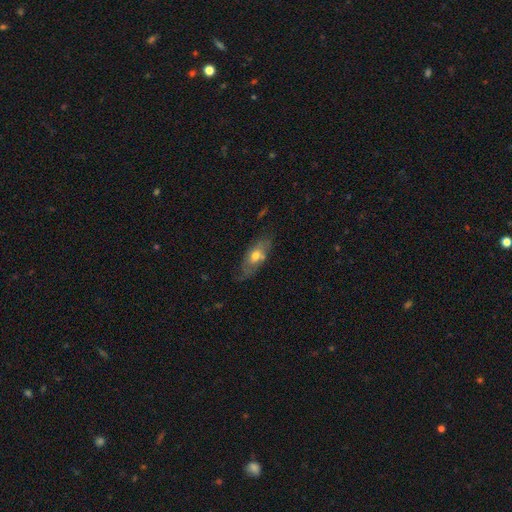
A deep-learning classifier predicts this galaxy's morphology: A smooth galaxy with no disk features (52%) that is in between round and cigar-shaped (81%).

Vote fractions:
- Smooth or featured? smooth: 52% / featured or disk: 41% / star or artifact: 7%
- How rounded? in between: 81% / cigar-shaped: 14% / round: 5%
- Merging? none: 60% / minor disturbance: 26% / major disturbance: 8% / merger: 5%